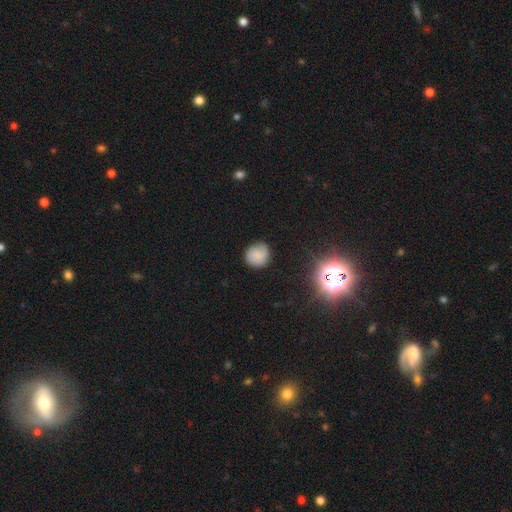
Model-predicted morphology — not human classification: The model was most divided on "smooth or featured": smooth: 76%, star or artifact: 13%, featured or disk: 11%. More confident: how rounded — round (88%); merging — none (80%).